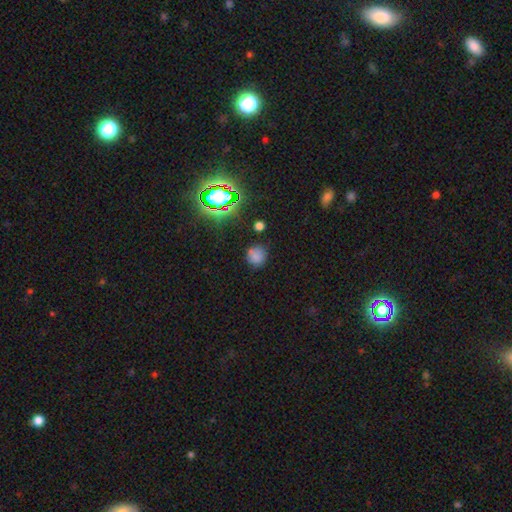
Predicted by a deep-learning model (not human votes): This appears to be a smooth galaxy with no disk features (72%) that is round (89%). Merging: none (78%).